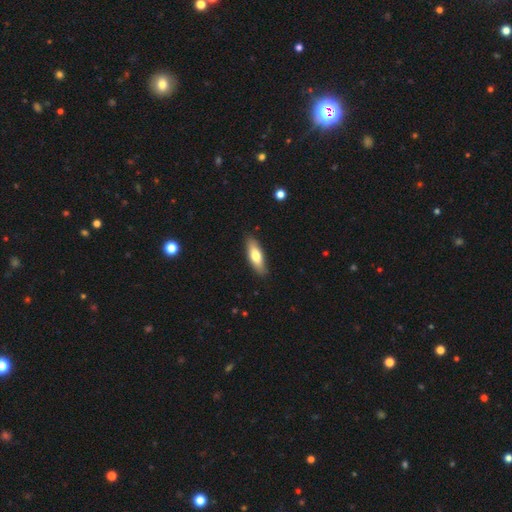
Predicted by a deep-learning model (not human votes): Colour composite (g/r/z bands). It shows a smooth galaxy with no disk features (69%) that is in between round and cigar-shaped (56%). Merging: none (86%).